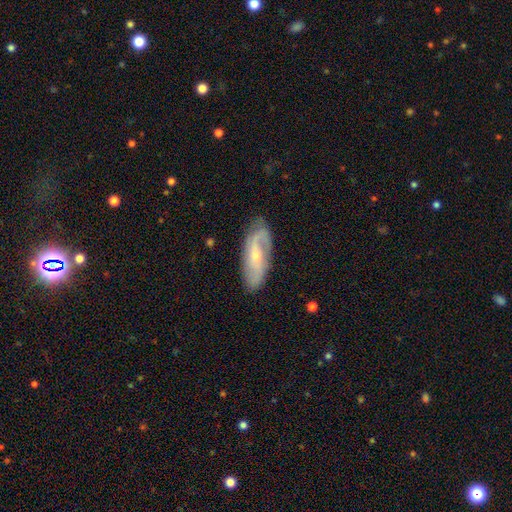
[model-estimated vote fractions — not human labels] Q: Smooth or featured?
A: featured or disk (73%); runner-up: smooth (21%)
Q: Edge-on disk?
A: no (91%); runner-up: yes (9%)
Q: Bar?
A: no (52%); runner-up: weak (37%)
Q: Spiral arms?
A: yes (91%); runner-up: no (9%)
Q: Spiral winding?
A: medium (41%); runner-up: loose (36%)
Q: Spiral arm count?
A: 2 (70%); runner-up: can't tell (15%)
Q: Bulge size?
A: small (64%); runner-up: moderate (31%)
Q: Merging?
A: none (74%); runner-up: minor disturbance (19%)